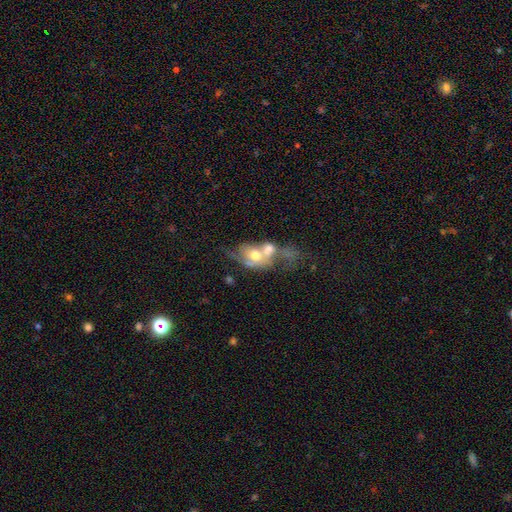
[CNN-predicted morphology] Q: Smooth or featured?
A: featured or disk (47%); runner-up: smooth (45%)
Q: Merging?
A: merger (69%); runner-up: major disturbance (14%)